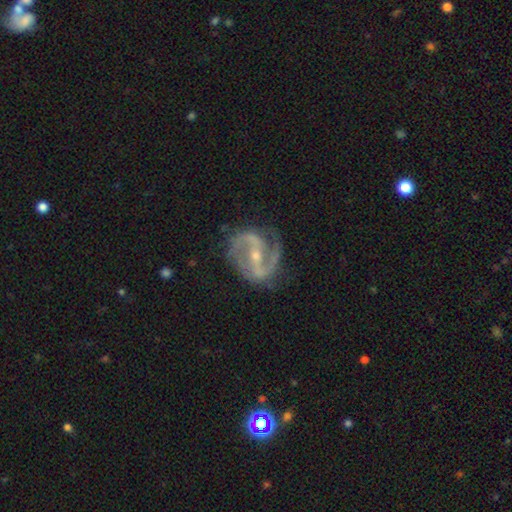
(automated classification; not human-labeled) This is clearly a featured or disk galaxy (92%). It is clearly not viewed edge-on (98%). Bar: possibly strong (52%). Spiral arm pattern: clearly yes (97%). Spiral arm count: clearly 2 (91%). Spiral winding: possibly medium (58%). Central bulge: likely small (61%). Merging: likely none (75%).